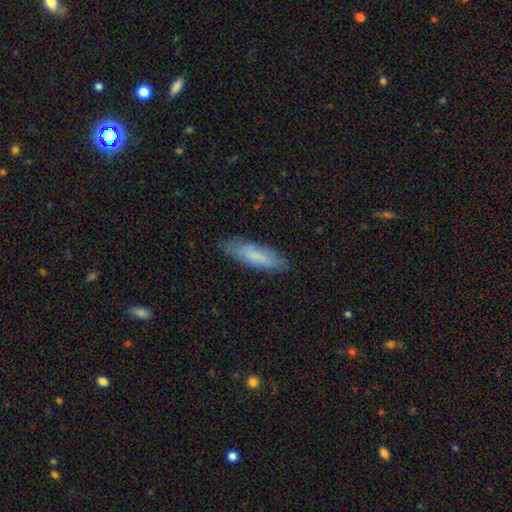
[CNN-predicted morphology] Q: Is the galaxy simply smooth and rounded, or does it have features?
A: smooth — 73%.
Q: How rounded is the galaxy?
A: cigar-shaped — 58%.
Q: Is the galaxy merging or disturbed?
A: none — 81%.